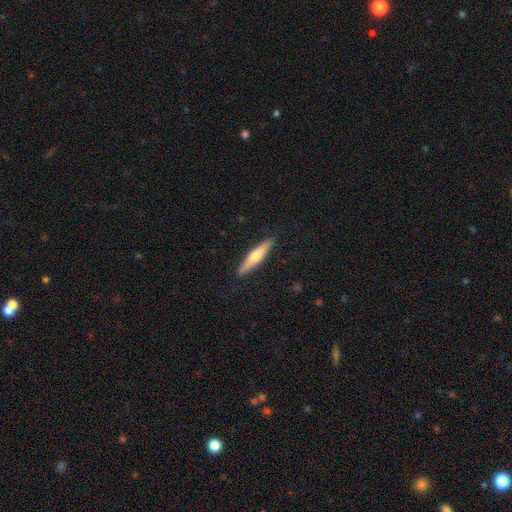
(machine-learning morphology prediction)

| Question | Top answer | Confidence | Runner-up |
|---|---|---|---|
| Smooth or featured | smooth | 48% | featured or disk (47%) |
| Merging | none | 90% | minor disturbance (7%) |